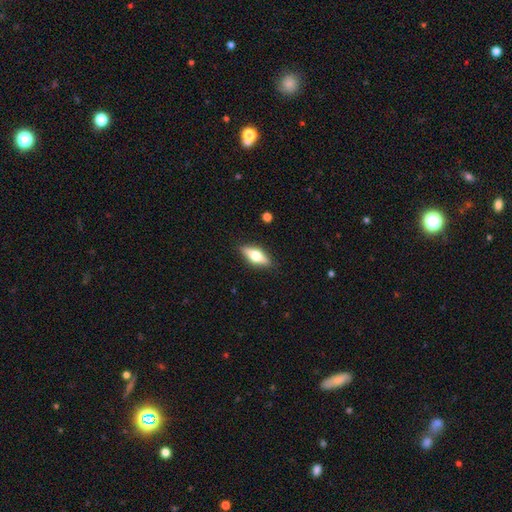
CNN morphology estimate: smooth_or_featured: featured or disk (p=0.50) [alt: smooth p=0.44]
merging: none (p=0.88) [alt: minor disturbance p=0.09]